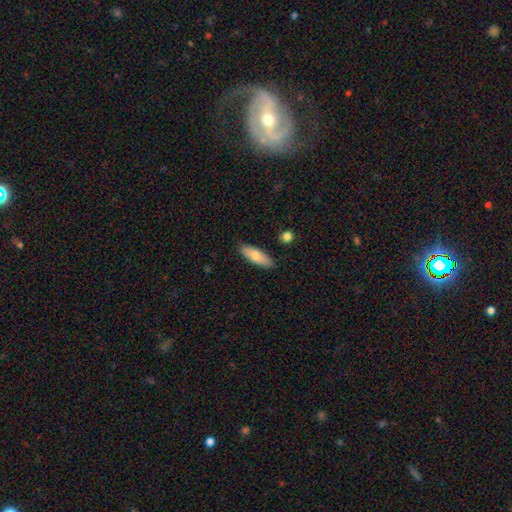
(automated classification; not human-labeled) A smooth galaxy with no disk features (75%) that is in between round and cigar-shaped (59%). Merging: none (86%).